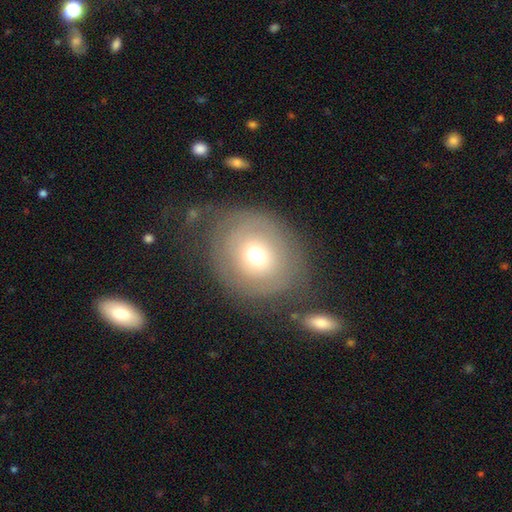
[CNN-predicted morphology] Overall: smooth (55%; featured or disk 35%). How rounded: round (82%). Merging: none (62%).